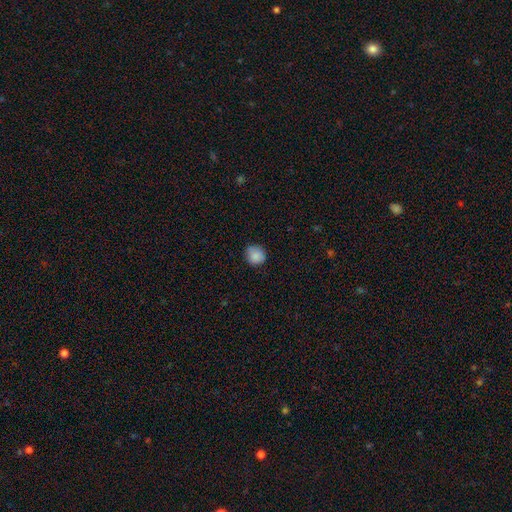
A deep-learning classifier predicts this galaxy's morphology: This is clearly a smooth galaxy (87%). How rounded: clearly round (81%). Merging: likely none (79%).